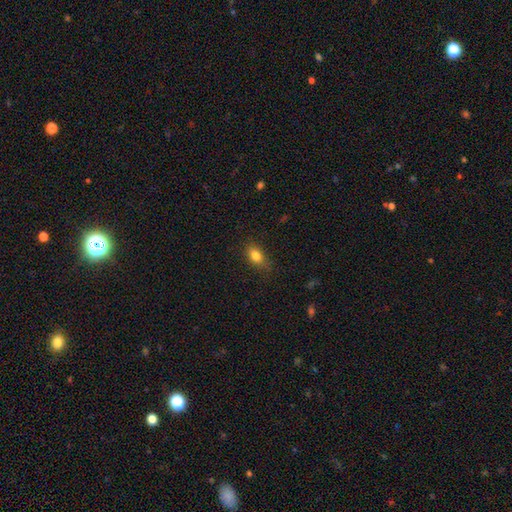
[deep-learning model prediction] smooth 82%, star or artifact 9%, featured or disk 9%. Down the decision tree: how rounded — in between (82%); merging — none (78%).